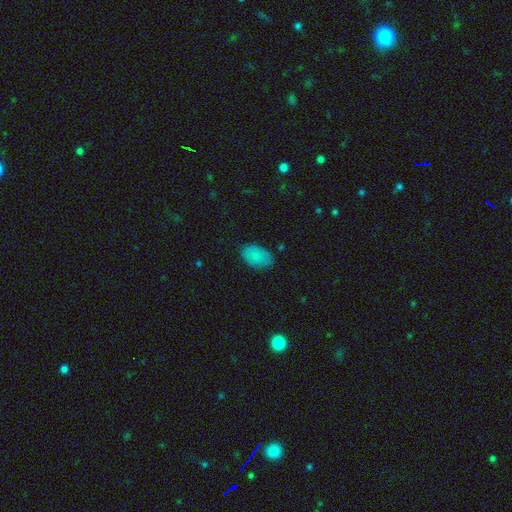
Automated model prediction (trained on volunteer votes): The model was most divided on "merging": none: 82%, minor disturbance: 14%, major disturbance: 3%, merger: 1%. More confident: how rounded — in between (93%); smooth or featured — smooth (86%).